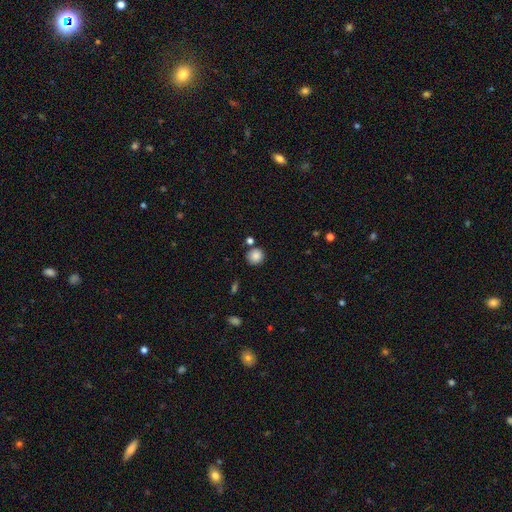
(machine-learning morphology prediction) Smooth or featured? Predicted: smooth (p=0.87). How rounded? Predicted: round (p=0.90). Merging? Predicted: none (p=0.79).